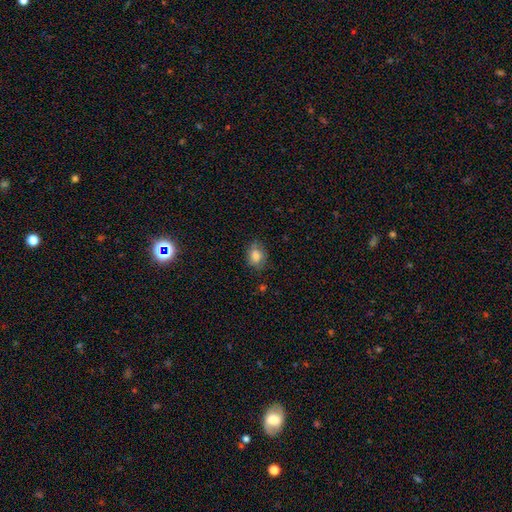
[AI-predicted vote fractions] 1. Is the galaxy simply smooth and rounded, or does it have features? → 81% smooth, 10% star or artifact, 9% featured or disk.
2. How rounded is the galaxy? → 55% in between, 44% round, 1% cigar-shaped.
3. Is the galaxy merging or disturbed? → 71% none, 22% minor disturbance, 5% major disturbance, 2% merger.